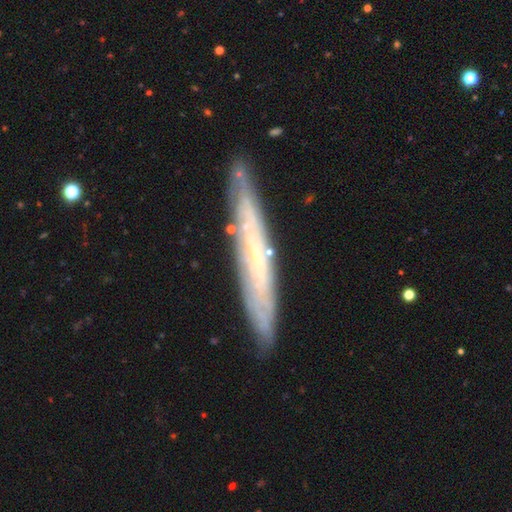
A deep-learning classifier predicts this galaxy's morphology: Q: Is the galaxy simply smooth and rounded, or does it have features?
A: featured or disk — 69%.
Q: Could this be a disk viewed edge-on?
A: yes — 76%.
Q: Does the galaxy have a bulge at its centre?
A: none — 71%.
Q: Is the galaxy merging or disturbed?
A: none — 84%.